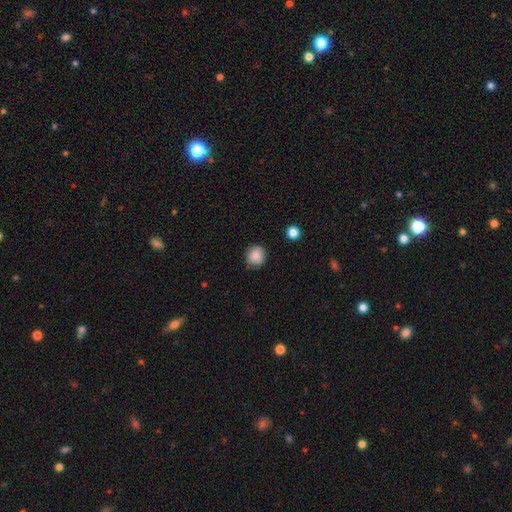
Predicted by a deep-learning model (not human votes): smooth-or-featured: smooth: 87% | star or artifact: 9% | featured or disk: 4%
  how-rounded: round: 88% | in between: 11% | cigar-shaped: 1%
  merging: none: 84% | minor disturbance: 11% | major disturbance: 3% | merger: 1%